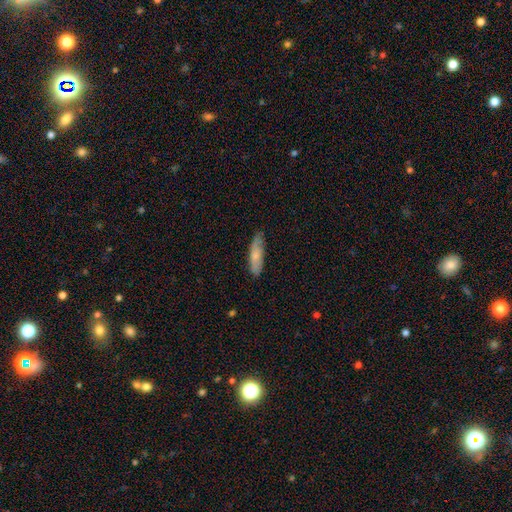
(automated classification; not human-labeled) The model was most divided on "how rounded": cigar-shaped: 60%, in between: 39%, round: 2%. More confident: merging — none (74%); smooth or featured — smooth (71%).